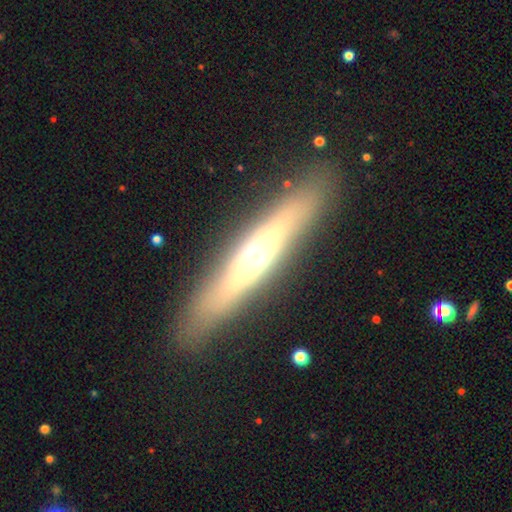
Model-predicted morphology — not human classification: This is possibly a featured or disk galaxy (58%). It is likely viewed edge-on (80%). Merging: clearly none (87%).